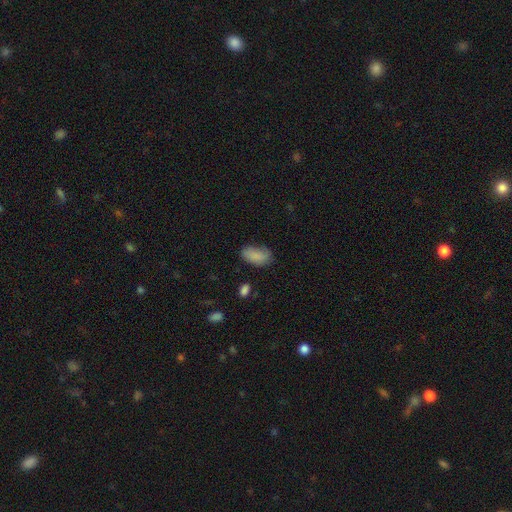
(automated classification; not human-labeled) The model was most divided on "merging": none: 63%, minor disturbance: 27%, major disturbance: 8%, merger: 2%. More confident: how rounded — in between (93%); smooth or featured — smooth (84%).